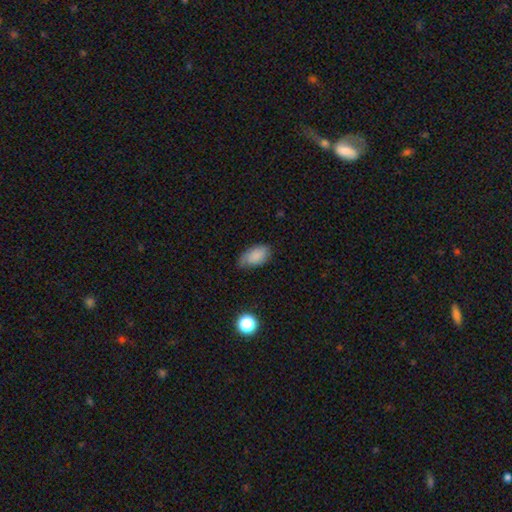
smooth_or_featured: smooth (p=0.87) [alt: star or artifact p=0.08]
how_rounded: in between (p=0.91) [alt: round p=0.06]
merging: none (p=0.42) [tied with: minor disturbance p=0.42]